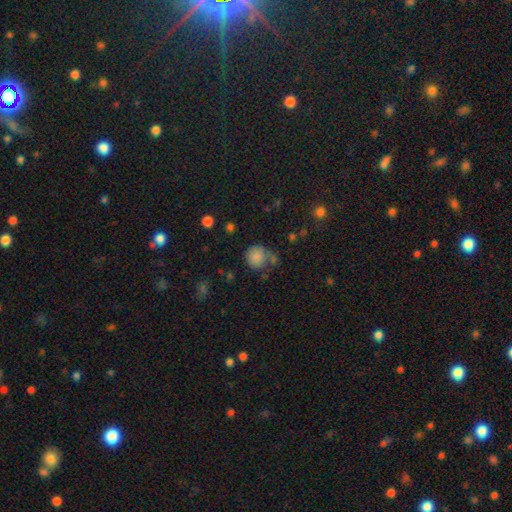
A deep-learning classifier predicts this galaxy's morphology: A smooth galaxy with no disk features (82%) that is round (85%). Merging: none (58%).